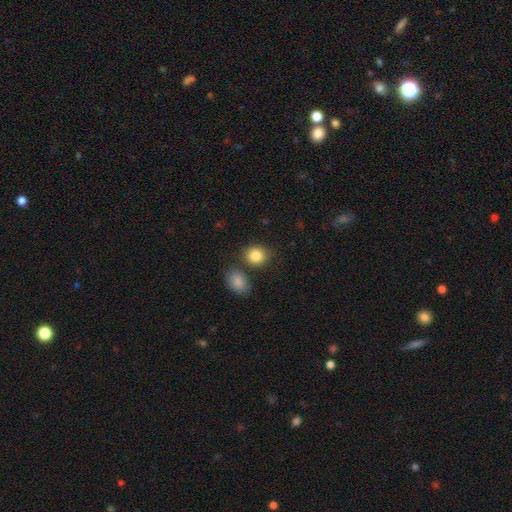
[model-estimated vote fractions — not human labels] Smooth or featured? Predicted: smooth (p=0.85). How rounded? Predicted: round (p=0.71). Merging? Predicted: none (p=0.74).